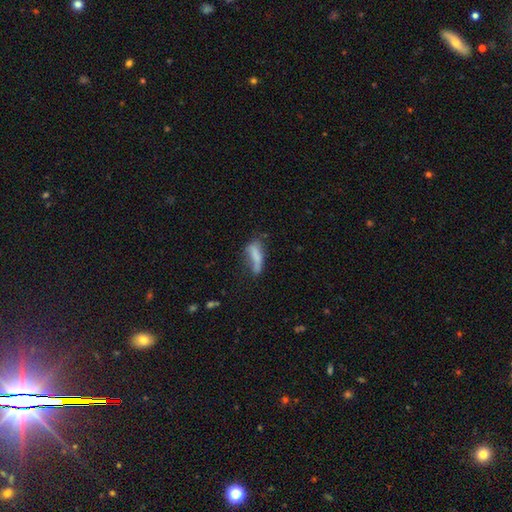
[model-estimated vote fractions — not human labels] Overall: smooth (67%). How rounded: cigar-shaped (50%; in between 48%). Merging: none (32%; minor disturbance 30%).